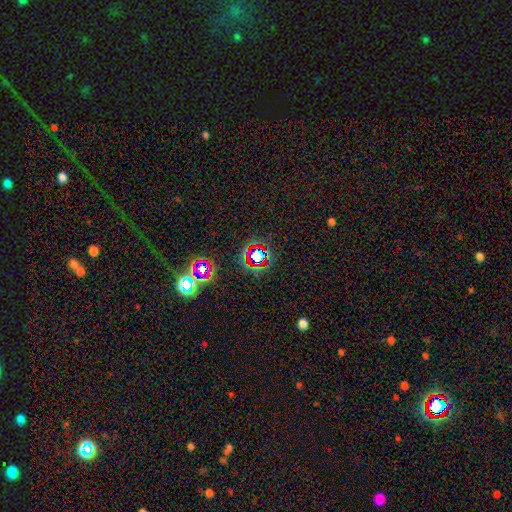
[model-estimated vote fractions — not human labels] smooth_or_featured: star or artifact (p=0.69) [alt: smooth p=0.20]